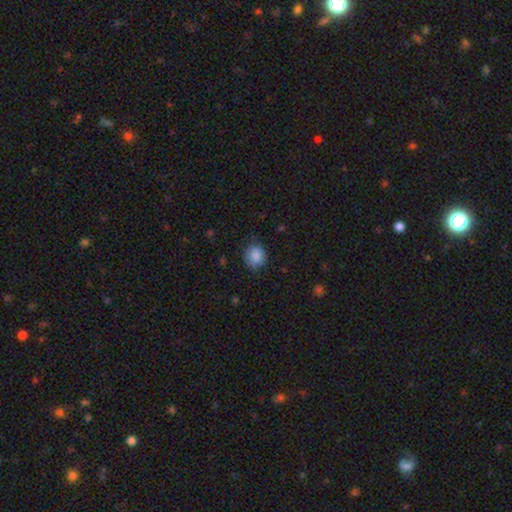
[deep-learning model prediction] This is clearly a smooth galaxy (86%). How rounded: likely round (73%). Merging: likely none (75%).